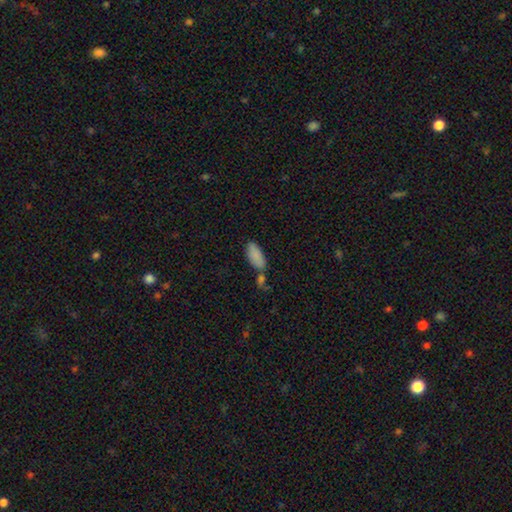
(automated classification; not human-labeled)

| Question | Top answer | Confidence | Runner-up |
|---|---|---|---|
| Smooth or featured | smooth | 87% | star or artifact (7%) |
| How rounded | in between | 87% | cigar-shaped (12%) |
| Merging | none | 59% | merger (21%) |